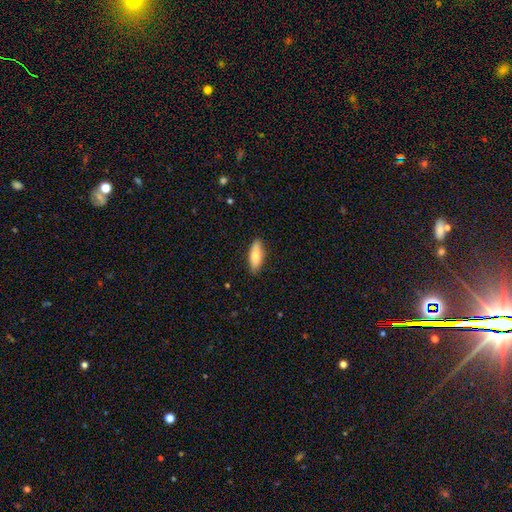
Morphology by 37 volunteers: This appears to be a smooth galaxy with no disk features (84%) that is in between round and cigar-shaped (55%). Merging: none (84%).